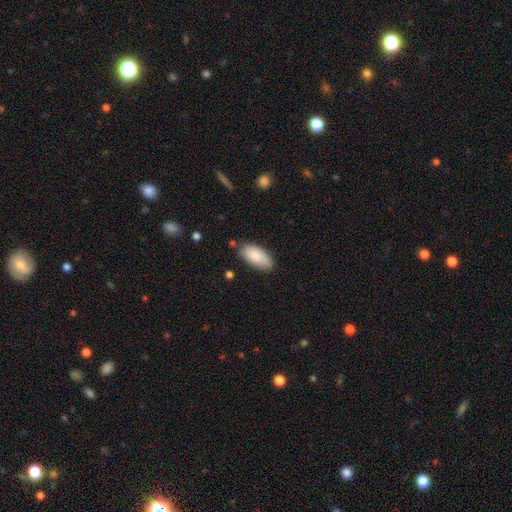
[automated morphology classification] Q: Smooth or featured?
A: smooth (85%); runner-up: featured or disk (9%)
Q: How rounded?
A: in between (91%); runner-up: cigar-shaped (7%)
Q: Merging?
A: none (77%); runner-up: minor disturbance (17%)